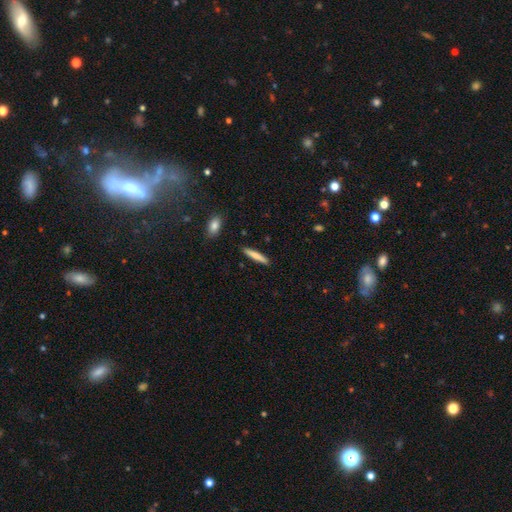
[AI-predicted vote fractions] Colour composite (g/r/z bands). It shows a smooth galaxy with no disk features (78%) that is cigar-shaped (92%). Merging: none (89%).